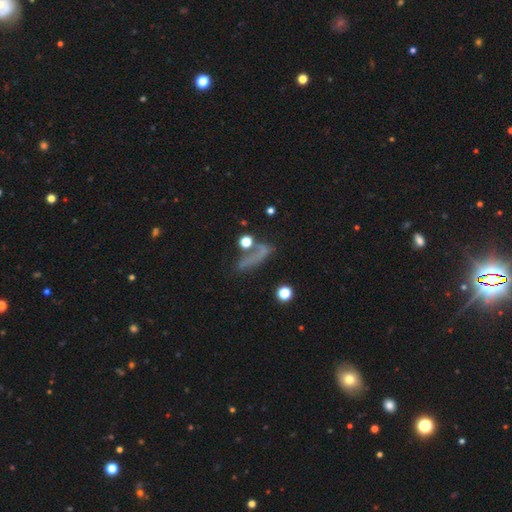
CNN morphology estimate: Smooth or featured? smooth (47%)
Merging? none (48%)